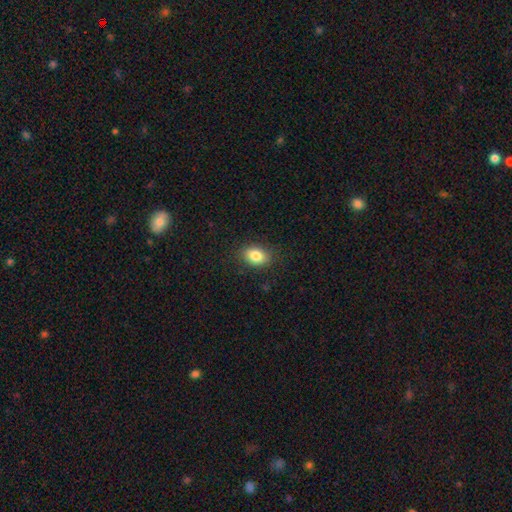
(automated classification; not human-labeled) Smooth or featured? smooth (84%)
How rounded? in between (75%)
Merging? none (86%)